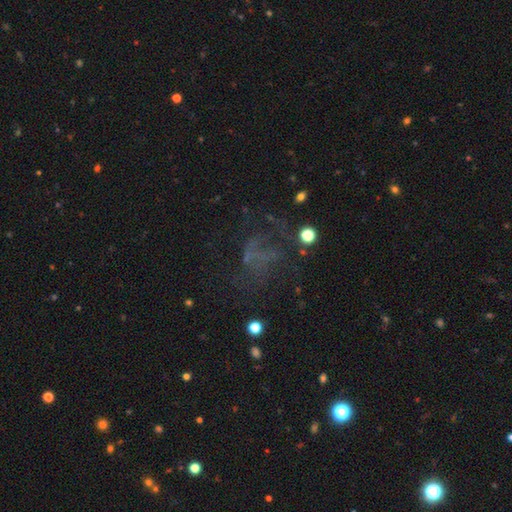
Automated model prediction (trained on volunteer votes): smooth-or-featured: featured or disk: 40% | star or artifact: 35% | smooth: 25%
  merging: none: 43% | major disturbance: 37% | minor disturbance: 16% | merger: 5%